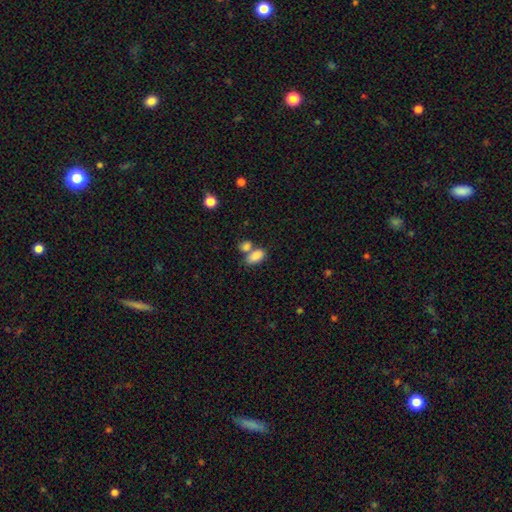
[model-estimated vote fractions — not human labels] Smooth or featured?
  - smooth: 85% *
  - star or artifact: 8%
  - featured or disk: 7%
How rounded?
  - in between: 91% *
  - round: 5%
  - cigar-shaped: 3%
Merging?
  - merger: 45% *
  - none: 40%
  - minor disturbance: 10%
  - major disturbance: 4%